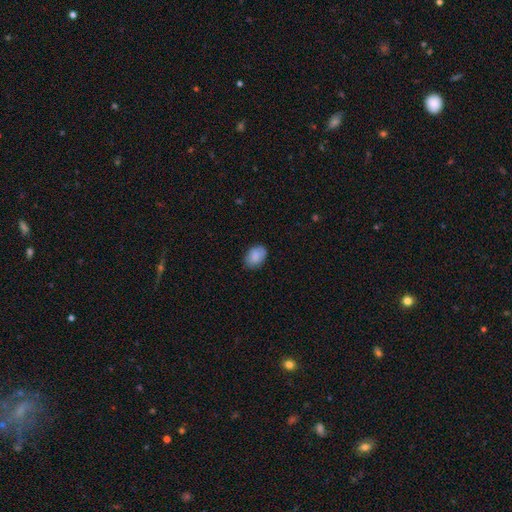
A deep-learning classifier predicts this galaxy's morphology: A smooth galaxy with no disk features (85%) that is in between round and cigar-shaped (78%).

Vote fractions:
- Smooth or featured? smooth: 85% / featured or disk: 8% / star or artifact: 7%
- How rounded? in between: 78% / round: 21% / cigar-shaped: 1%
- Merging? none: 78% / minor disturbance: 17% / major disturbance: 3% / merger: 1%